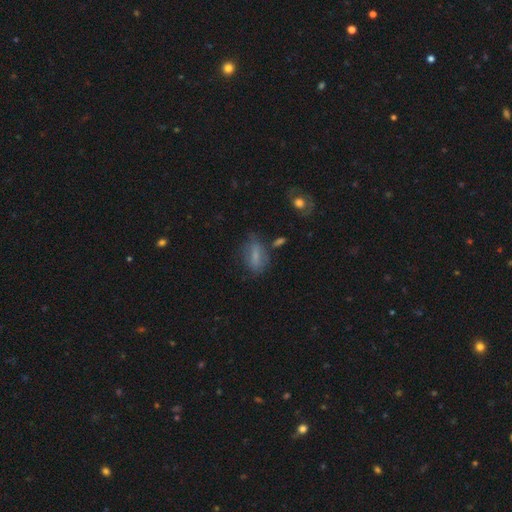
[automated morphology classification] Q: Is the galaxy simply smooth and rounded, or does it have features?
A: smooth — 64%.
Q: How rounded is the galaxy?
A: in between — 78%.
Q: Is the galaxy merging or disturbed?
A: none — 58%.